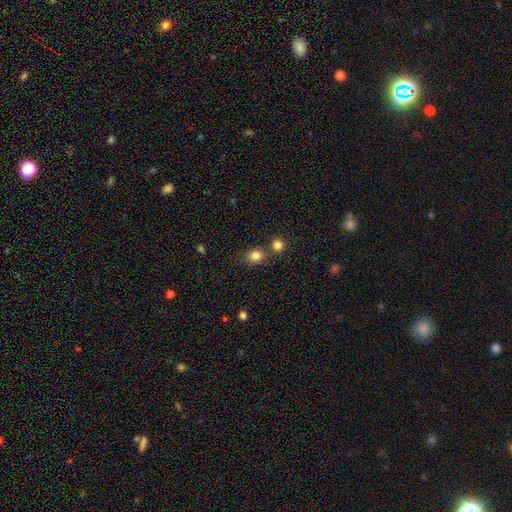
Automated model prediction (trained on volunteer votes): Q: Smooth or featured?
A: smooth (83%); runner-up: star or artifact (12%)
Q: How rounded?
A: round (61%); runner-up: in between (38%)
Q: Merging?
A: none (64%); runner-up: merger (22%)